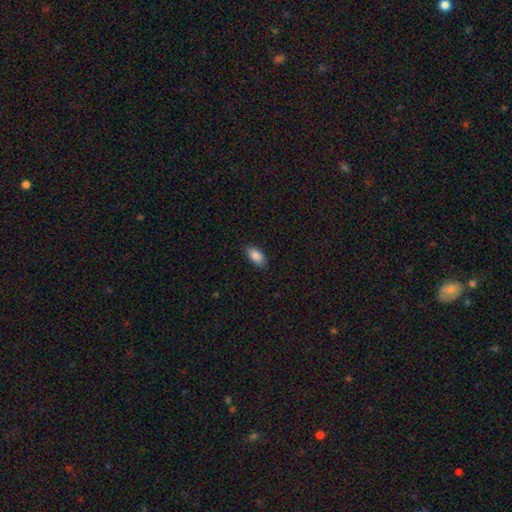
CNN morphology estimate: smooth-or-featured: smooth: 88% | star or artifact: 7% | featured or disk: 5%
  how-rounded: in between: 93% | cigar-shaped: 4% | round: 3%
  merging: none: 87% | minor disturbance: 10% | major disturbance: 2% | merger: 1%